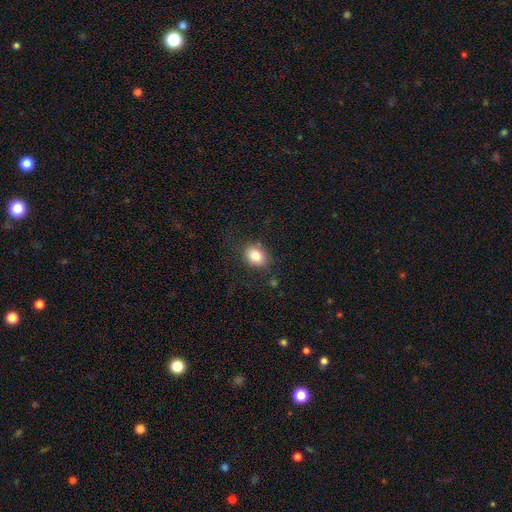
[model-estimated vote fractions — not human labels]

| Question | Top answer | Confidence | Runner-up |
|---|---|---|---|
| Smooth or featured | smooth | 83% | star or artifact (10%) |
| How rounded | in between | 51% | round (48%) |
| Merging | none | 80% | minor disturbance (13%) |